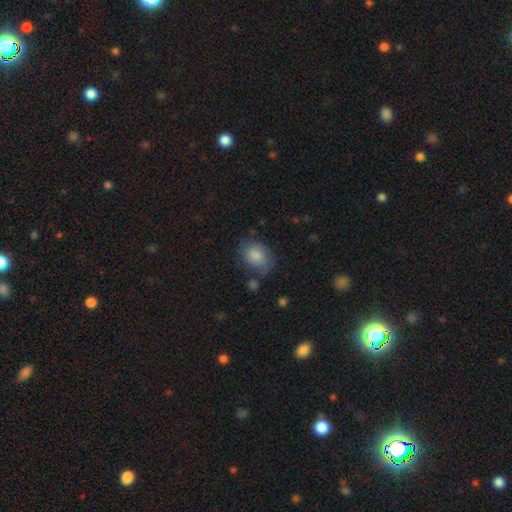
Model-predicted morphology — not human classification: This appears to be a smooth galaxy with no disk features (81%) that is in between round and cigar-shaped (67%). Merging: none (61%).